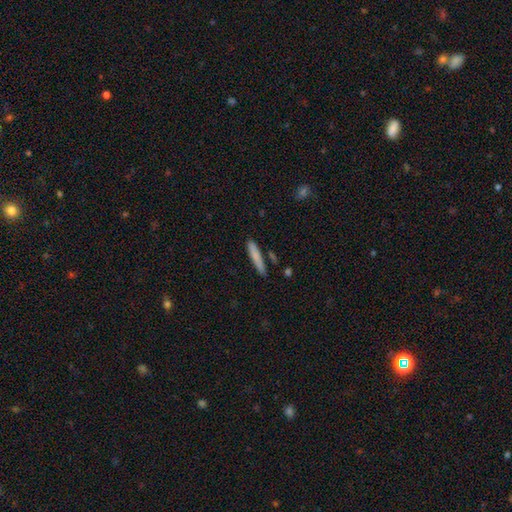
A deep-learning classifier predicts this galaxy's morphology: A smooth galaxy with no disk features (78%) that is cigar-shaped (92%).

Vote fractions:
- Smooth or featured? smooth: 78% / featured or disk: 15% / star or artifact: 7%
- How rounded? cigar-shaped: 92% / in between: 6% / round: 1%
- Merging? none: 84% / minor disturbance: 11% / merger: 4% / major disturbance: 2%